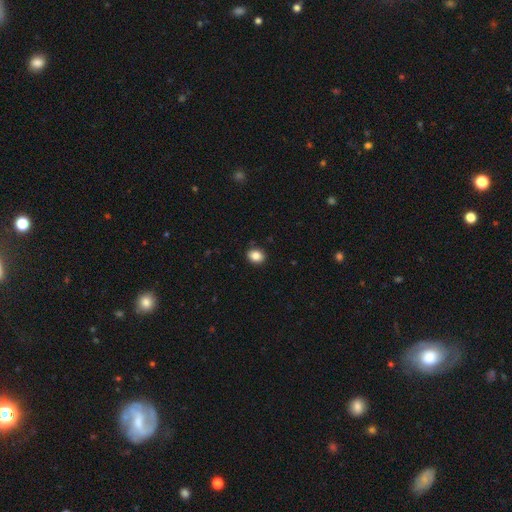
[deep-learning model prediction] The model was most divided on "how rounded": round: 52%, in between: 47%, cigar-shaped: 1%. More confident: merging — none (88%); smooth or featured — smooth (86%).